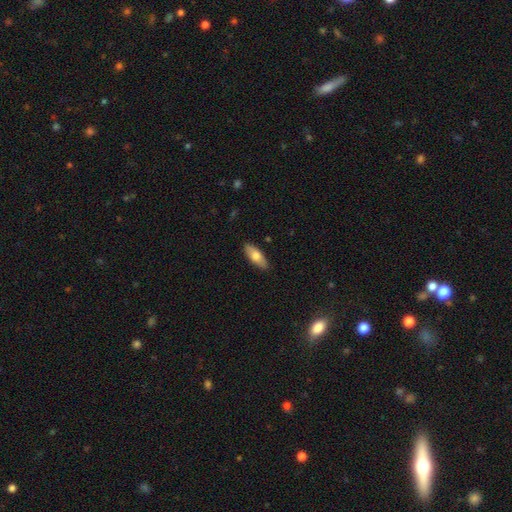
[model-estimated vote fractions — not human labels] Q: Smooth or featured?
A: smooth (70%); runner-up: featured or disk (24%)
Q: How rounded?
A: in between (71%); runner-up: cigar-shaped (27%)
Q: Merging?
A: none (87%); runner-up: minor disturbance (10%)